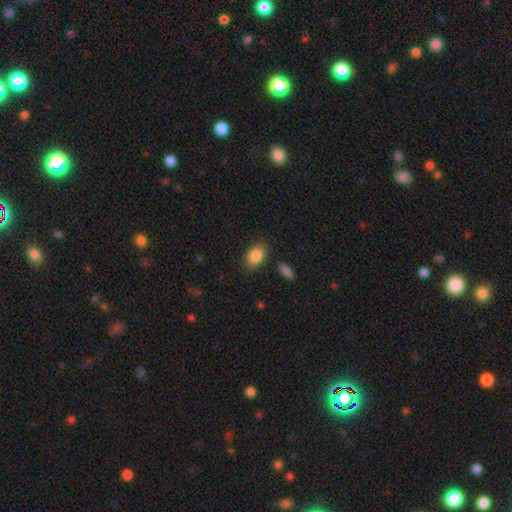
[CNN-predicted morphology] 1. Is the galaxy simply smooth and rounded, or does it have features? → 87% smooth, 7% star or artifact, 6% featured or disk.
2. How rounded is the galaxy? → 87% in between, 12% round, 1% cigar-shaped.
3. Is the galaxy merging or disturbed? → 84% none, 11% minor disturbance, 3% major disturbance, 3% merger.